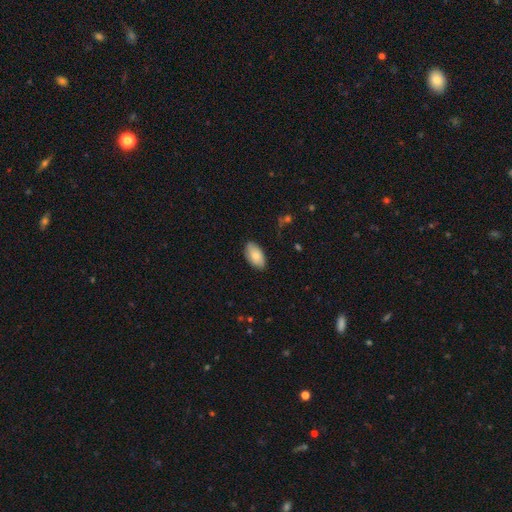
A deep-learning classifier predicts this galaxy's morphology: The model was most divided on "smooth or featured": smooth: 77%, featured or disk: 16%, star or artifact: 6%. More confident: how rounded — in between (95%); merging — none (82%).